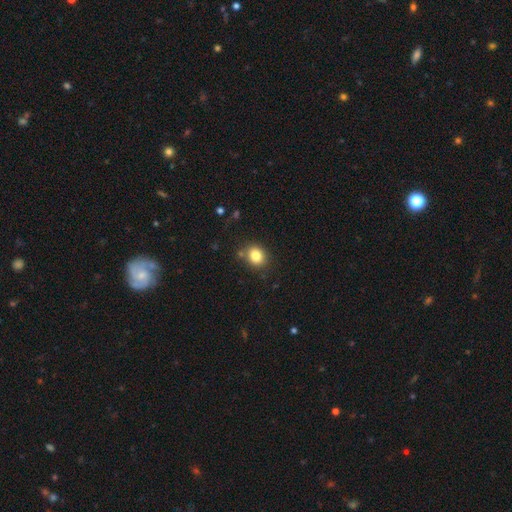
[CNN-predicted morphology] This is clearly a smooth galaxy (83%). How rounded: possibly round (59%). Merging: clearly none (80%).